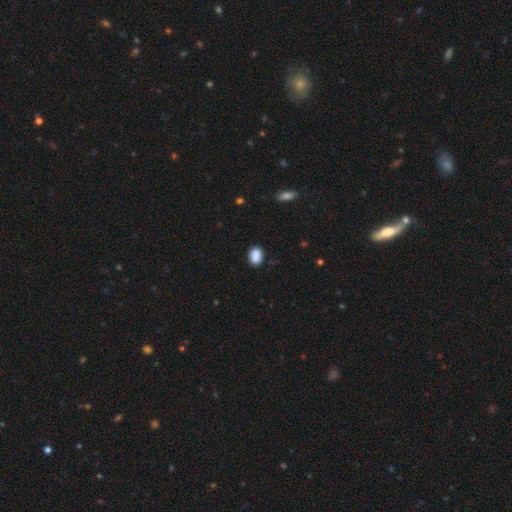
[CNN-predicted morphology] Smooth or featured? smooth (90%)
How rounded? in between (75%)
Merging? none (87%)